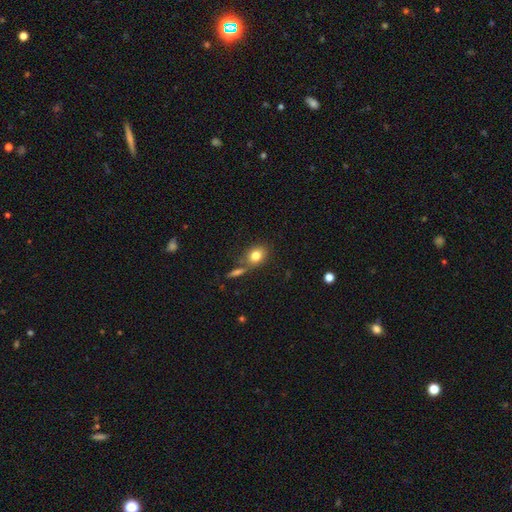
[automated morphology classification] This appears to be a smooth galaxy with no disk features (80%) that is in between round and cigar-shaped (55%). Merging: none (63%).